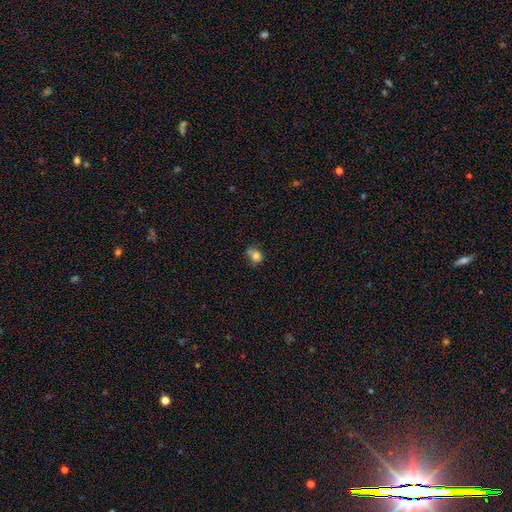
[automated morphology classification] smooth 79%, star or artifact 12%, featured or disk 9%. Down the decision tree: how rounded — round (62%); merging — none (51%).